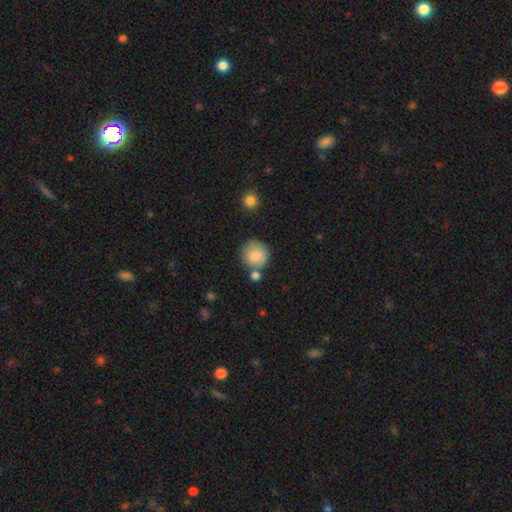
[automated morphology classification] smooth-or-featured: smooth: 85% | star or artifact: 7% | featured or disk: 7%
  how-rounded: round: 89% | in between: 10% | cigar-shaped: 1%
  merging: none: 68% | merger: 14% | minor disturbance: 14% | major disturbance: 4%